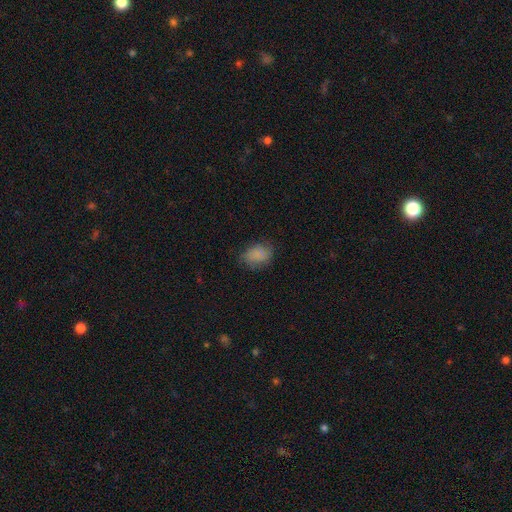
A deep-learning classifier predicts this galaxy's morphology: This appears to be a smooth galaxy with no disk features (78%) that is in between round and cigar-shaped (75%). Merging: none (69%).